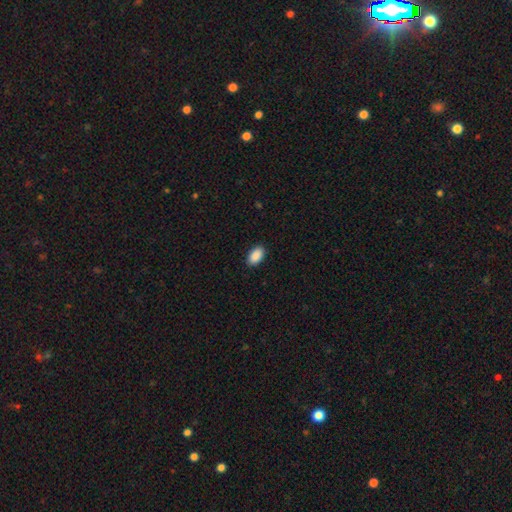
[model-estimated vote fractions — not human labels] A smooth galaxy with no disk features (91%) that is in between round and cigar-shaped (94%). Merging: none (90%).